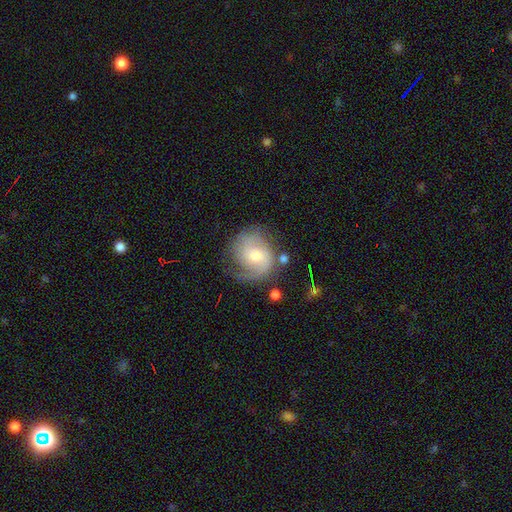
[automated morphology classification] The model was most divided on "bulge size": moderate: 50%, small: 42%, large: 5%, none: 2%, dominant: 1%. Remaining: edge-on disk — no (98%); spiral arms — yes (91%); smooth or featured — featured or disk (70%); spiral arm count — 2 (59%); merging — none (56%); bar — no (56%); spiral winding — medium (44%).